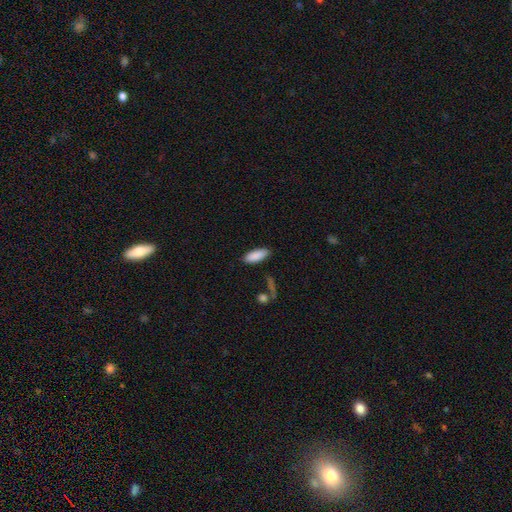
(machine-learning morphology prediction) Smooth or featured?
  - smooth: 88% *
  - star or artifact: 7%
  - featured or disk: 5%
How rounded?
  - in between: 75% *
  - cigar-shaped: 23%
  - round: 2%
Merging?
  - none: 84% *
  - minor disturbance: 11%
  - major disturbance: 3%
  - merger: 2%